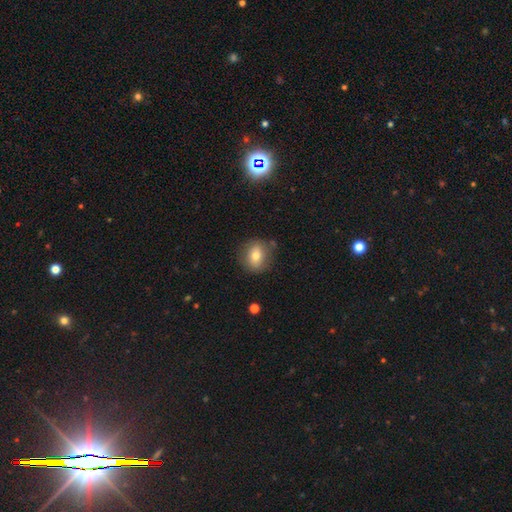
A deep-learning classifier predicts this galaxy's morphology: The model was most divided on "how rounded": round: 71%, in between: 27%, cigar-shaped: 1%. More confident: merging — none (81%); smooth or featured — smooth (73%).